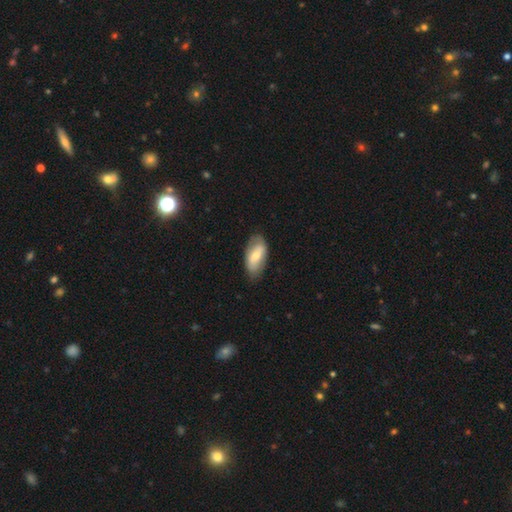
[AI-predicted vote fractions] This appears to be a smooth galaxy with no disk features (58%) that is in between round and cigar-shaped (92%). Merging: none (75%).